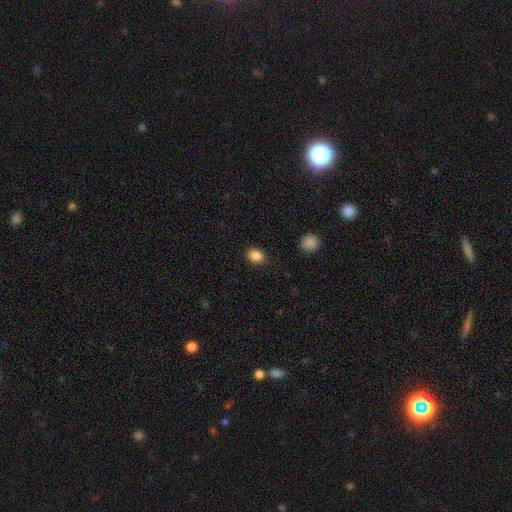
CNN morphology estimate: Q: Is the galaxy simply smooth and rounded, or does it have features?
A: smooth — 87%.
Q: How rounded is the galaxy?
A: in between — 61%.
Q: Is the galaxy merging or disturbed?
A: none — 88%.